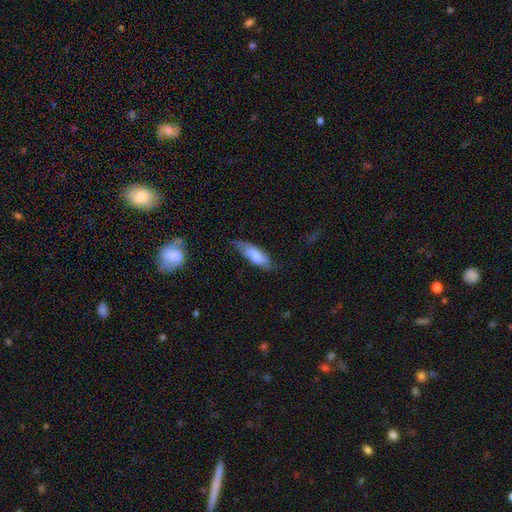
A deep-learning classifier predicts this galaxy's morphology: This appears to be a smooth galaxy with no disk features (69%) that is in between round and cigar-shaped (62%). Merging: none (56%).